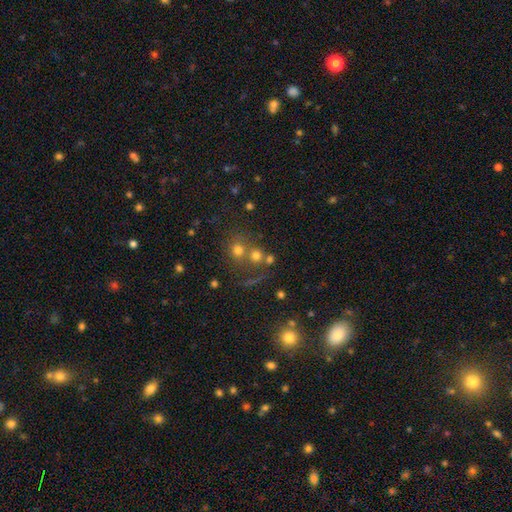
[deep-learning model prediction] Q: Smooth or featured?
A: smooth (62%); runner-up: star or artifact (24%)
Q: How rounded?
A: round (86%); runner-up: in between (13%)
Q: Merging?
A: none (50%); runner-up: merger (39%)